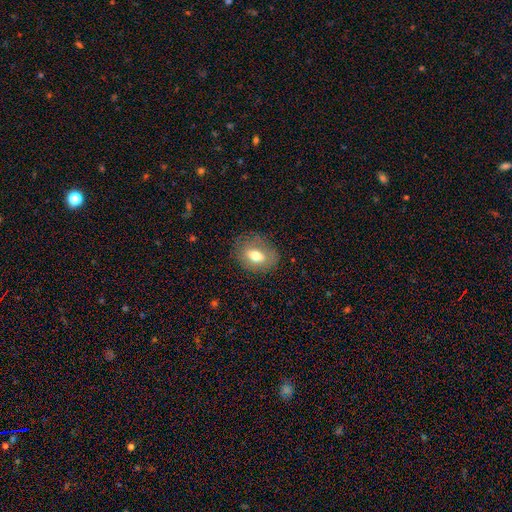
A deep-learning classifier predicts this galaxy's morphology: smooth 67%, featured or disk 24%, star or artifact 9%. Down the decision tree: how rounded — in between (73%); merging — none (76%).